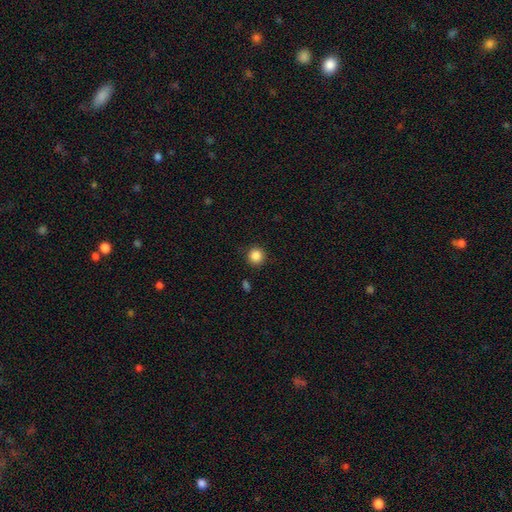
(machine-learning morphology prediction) type=smooth (87%); roundness=round (93%); merging=none (90%).